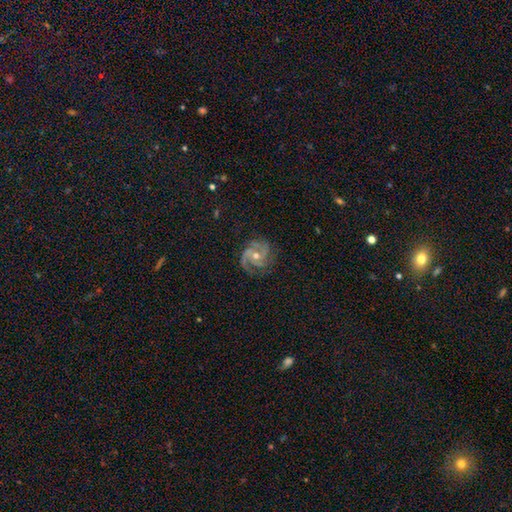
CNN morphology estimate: smooth-or-featured: featured or disk: 88% | star or artifact: 7% | smooth: 5%
  disk-edge-on: no: 98% | yes: 2%
    bar: no: 63% | weak: 28% | strong: 9%
    has-spiral-arms: yes: 98% | no: 2%
      spiral-winding: tight: 49% | medium: 43% | loose: 8%
      spiral-arm-count: 3: 40% | 2: 39% | can't tell: 7% | 4: 5% | 1: 5% | more than 4: 4%
    bulge-size: moderate: 50% | small: 47% | large: 1% | none: 1% | dominant: 1%
  merging: none: 79% | minor disturbance: 15% | major disturbance: 5% | merger: 1%